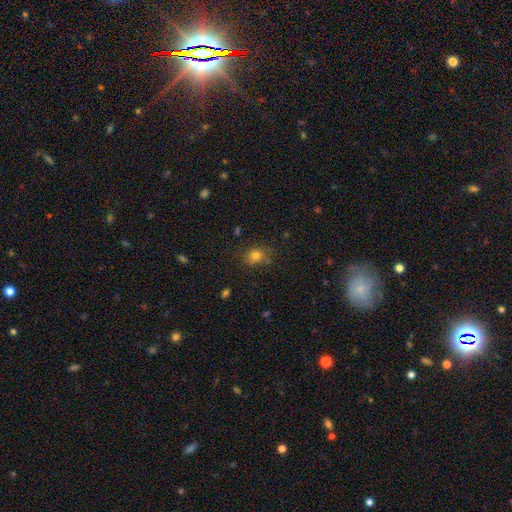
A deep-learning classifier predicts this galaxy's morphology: Overall: smooth (78%). How rounded: round (65%; in between 34%). Merging: none (75%).